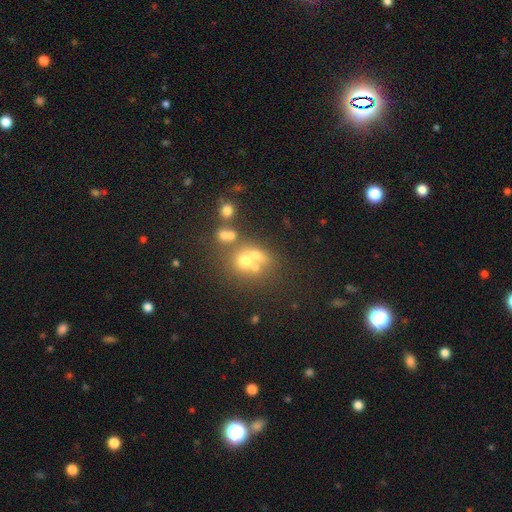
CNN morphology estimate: Overall: smooth (55%; featured or disk 26%). How rounded: round (75%). Merging: merger (45%; none 39%).